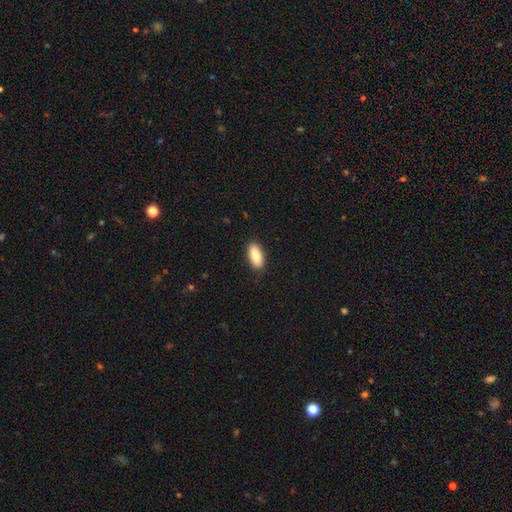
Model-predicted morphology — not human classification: smooth 84%, featured or disk 10%, star or artifact 6%. Down the decision tree: how rounded — in between (92%); merging — none (87%).